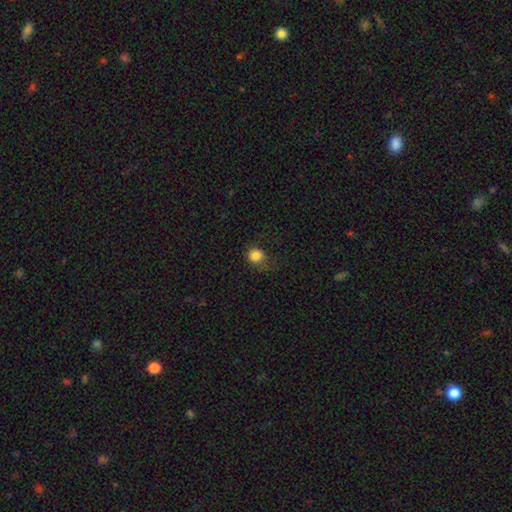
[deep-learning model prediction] This appears to be a smooth galaxy with no disk features (84%) that is round (78%). Merging: none (58%).